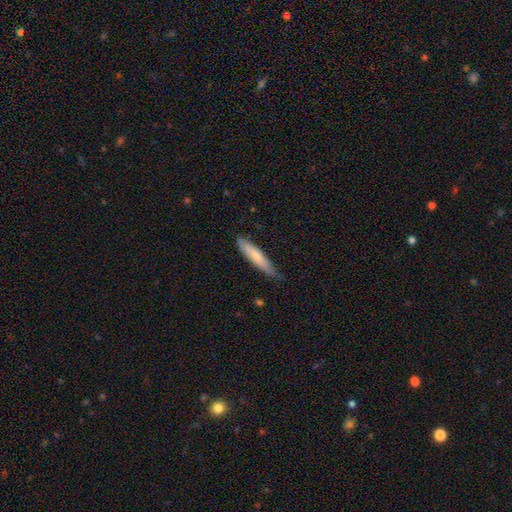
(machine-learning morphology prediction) A smooth galaxy with no disk features (69%) that is cigar-shaped (84%). Merging: none (70%).